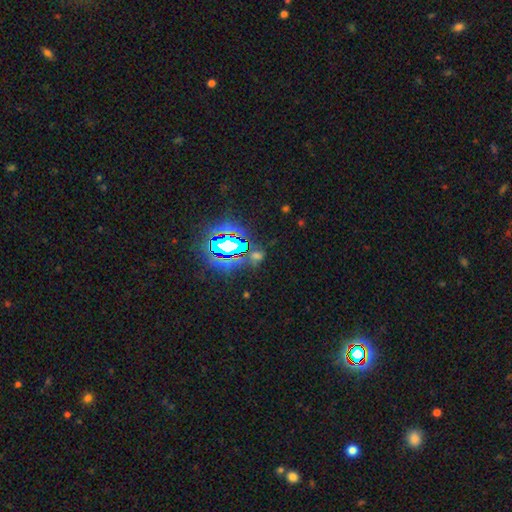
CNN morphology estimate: A star or artifact, not a galaxy (64%).

Vote fractions:
- Smooth or featured? star or artifact: 64% / smooth: 27% / featured or disk: 10%